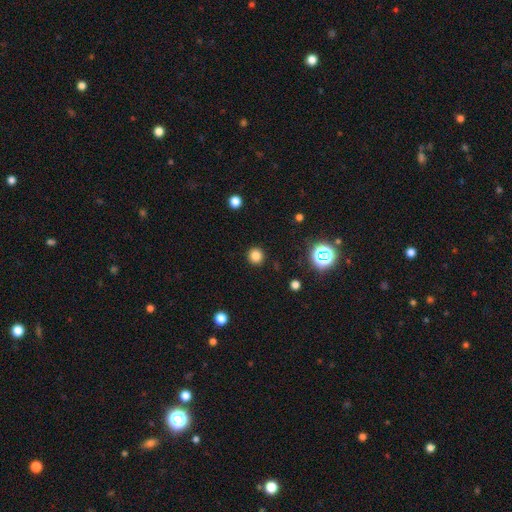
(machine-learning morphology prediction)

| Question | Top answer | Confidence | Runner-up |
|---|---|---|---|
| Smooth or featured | smooth | 82% | star or artifact (14%) |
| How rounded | round | 94% | in between (5%) |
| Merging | none | 92% | minor disturbance (5%) |